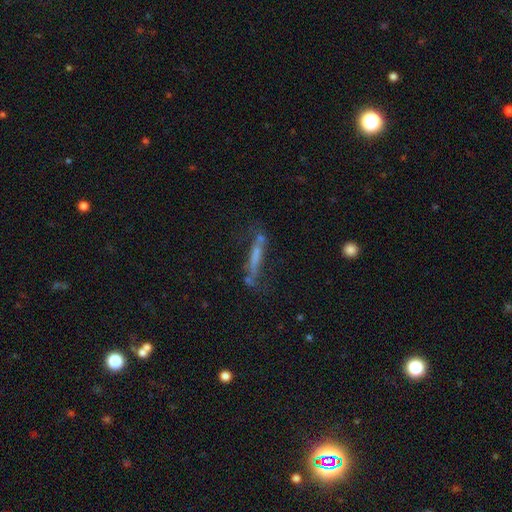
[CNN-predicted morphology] Smooth or featured: featured or disk — 44% (smooth — 42%)
Merging: none — 47% (minor disturbance — 22%)